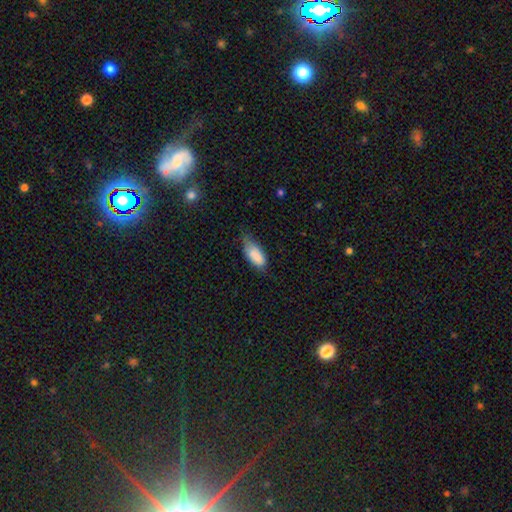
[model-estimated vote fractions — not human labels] smooth 86%, featured or disk 7%, star or artifact 7%. Down the decision tree: how rounded — in between (88%); merging — none (44%).